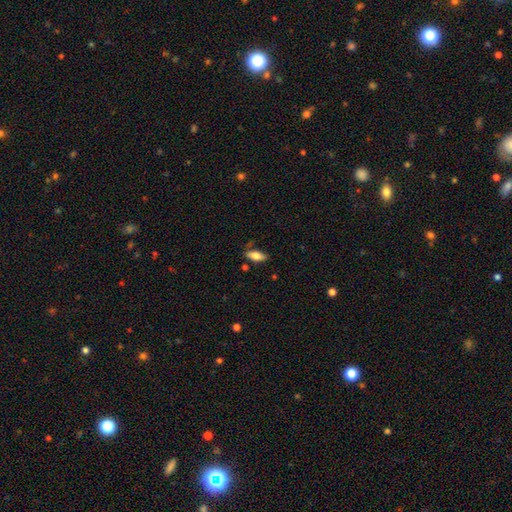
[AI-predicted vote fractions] Smooth or featured? smooth (78%)
How rounded? in between (81%)
Merging? none (75%)